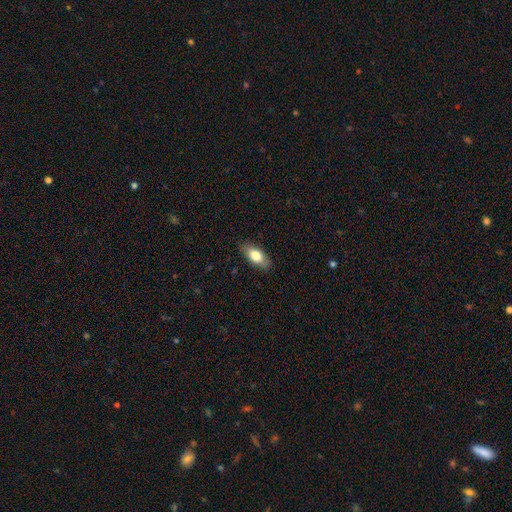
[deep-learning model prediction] Overall: smooth (77%). How rounded: in between (84%). Merging: none (86%).